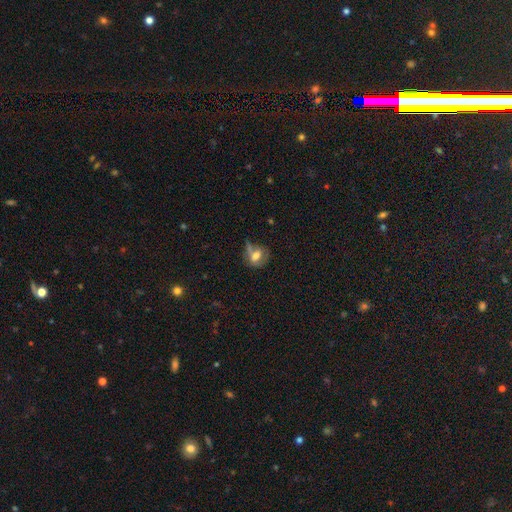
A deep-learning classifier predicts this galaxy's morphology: This appears to be a smooth galaxy with no disk features (59%) that is in between round and cigar-shaped (57%). Merging: none (42%).